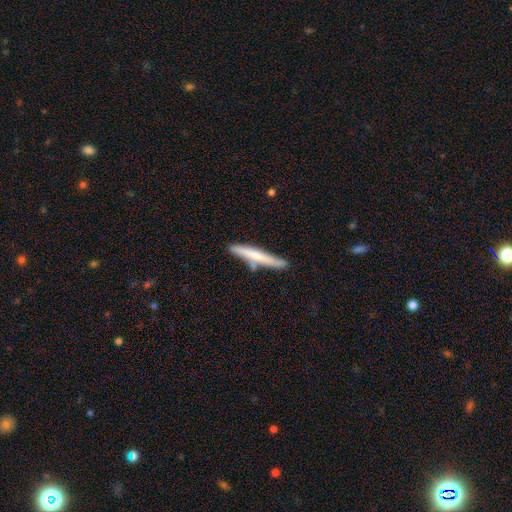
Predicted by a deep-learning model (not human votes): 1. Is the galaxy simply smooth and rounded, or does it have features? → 62% smooth, 33% featured or disk, 5% star or artifact.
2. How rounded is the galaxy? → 94% cigar-shaped, 4% in between, 1% round.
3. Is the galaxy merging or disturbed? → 73% none, 17% minor disturbance, 7% merger, 3% major disturbance.